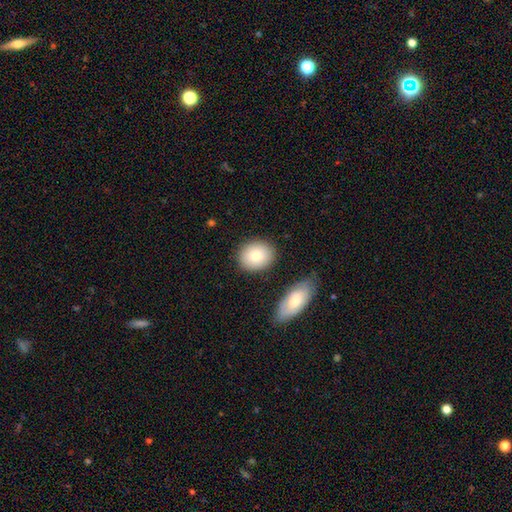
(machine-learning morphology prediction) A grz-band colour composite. It shows a smooth galaxy with no disk features (81%) that is round (56%). Merging: none (82%).